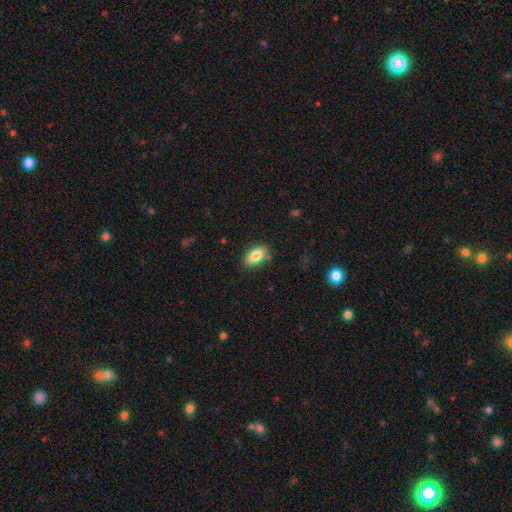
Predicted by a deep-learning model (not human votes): Smooth or featured: smooth — 85% (featured or disk — 8%)
How rounded: in between — 91% (round — 5%)
Merging: none — 86% (minor disturbance — 10%)